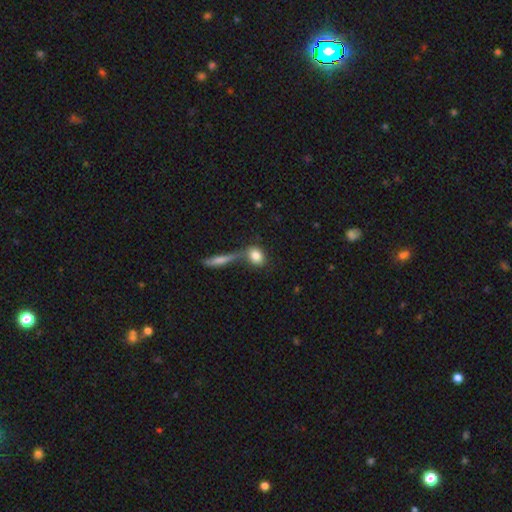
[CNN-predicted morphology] The model was most divided on "how rounded": in between: 50%, round: 43%, cigar-shaped: 7%. Remaining: smooth or featured — smooth (81%); merging — none (50%).